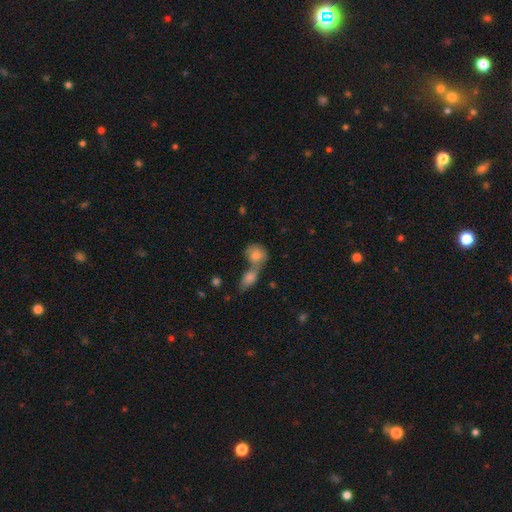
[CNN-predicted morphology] This is likely a smooth galaxy (80%). How rounded: possibly round (50%). Merging: possibly merger (57%).